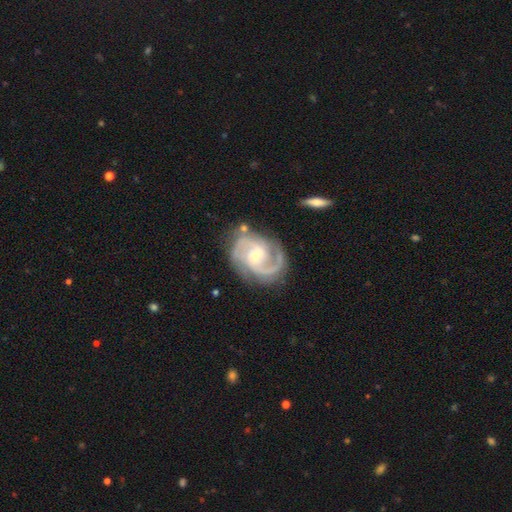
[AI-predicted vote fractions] This is clearly a featured or disk galaxy (92%). It is clearly not viewed edge-on (98%). Bar: possibly no (49%). Spiral arm pattern: clearly yes (98%). Spiral arm count: likely 2 (80%). Spiral winding: possibly medium (54%). Central bulge: possibly small (60%). Merging: likely none (72%).